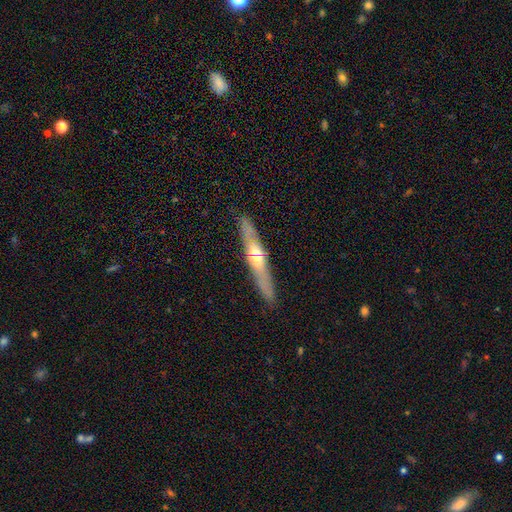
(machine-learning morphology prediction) smooth_or_featured: featured or disk (p=0.71) [alt: smooth p=0.22]
disk_edge_on: yes (p=0.96) [alt: no p=0.04]
edge_on_bulge: rounded (p=0.91) [alt: none p=0.05]
merging: none (p=0.89) [alt: minor disturbance p=0.08]